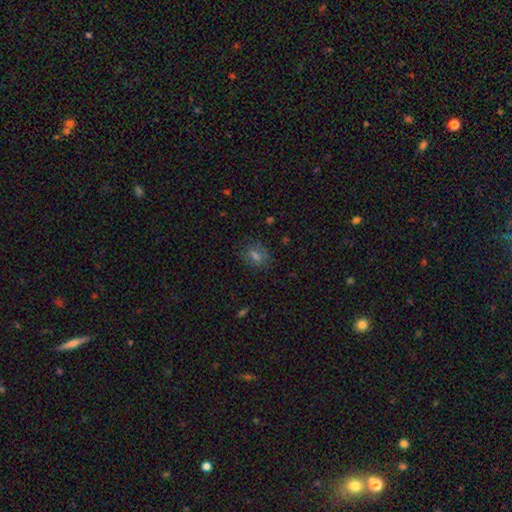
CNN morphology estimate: This appears to be a smooth galaxy with no disk features (57%) that is round (49%, tied with in between). Merging: none (80%).